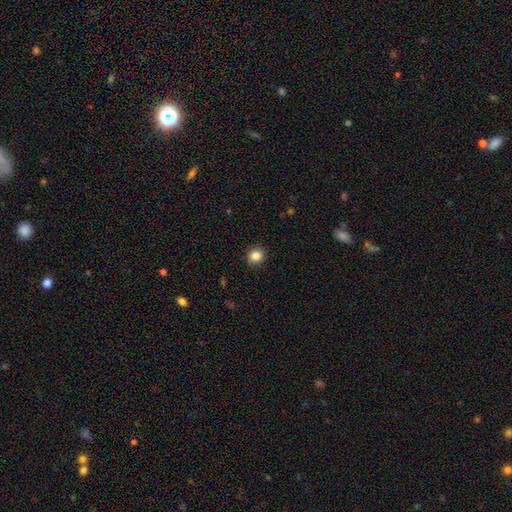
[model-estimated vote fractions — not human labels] smooth-or-featured: smooth: 84% | star or artifact: 11% | featured or disk: 5%
  how-rounded: round: 88% | in between: 11% | cigar-shaped: 1%
  merging: none: 91% | minor disturbance: 6% | major disturbance: 2% | merger: 1%